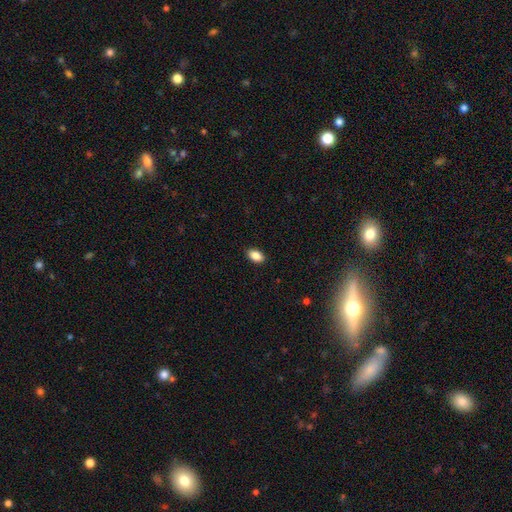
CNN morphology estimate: The model was most divided on "smooth or featured": smooth: 88%, star or artifact: 8%, featured or disk: 4%. More confident: how rounded — in between (90%); merging — none (90%).